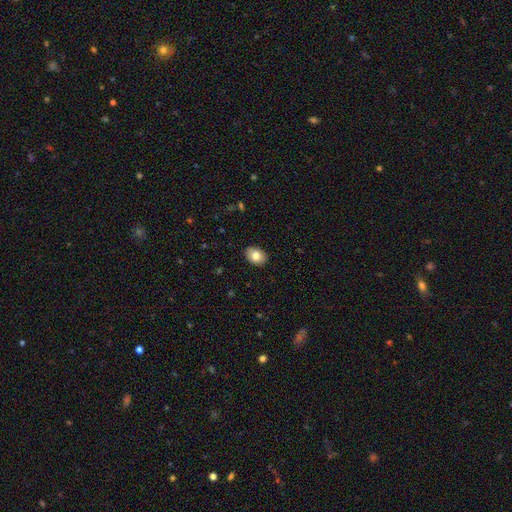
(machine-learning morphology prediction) Smooth or featured: smooth — 80% (featured or disk — 13%)
How rounded: in between — 72% (round — 27%)
Merging: none — 89% (minor disturbance — 9%)